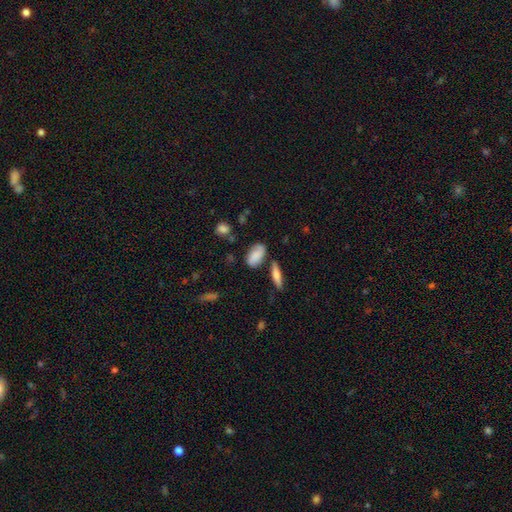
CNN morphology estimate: smooth_or_featured: smooth (p=0.72) [alt: featured or disk p=0.20]
how_rounded: in between (p=0.87) [alt: round p=0.07]
merging: none (p=0.64) [alt: minor disturbance p=0.22]